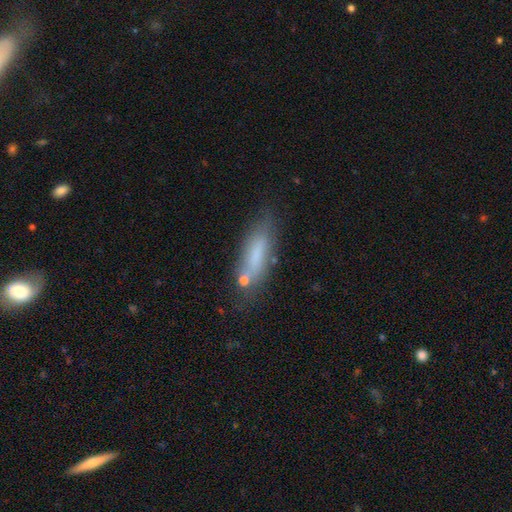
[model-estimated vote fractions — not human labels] Smooth or featured: smooth — 67% (featured or disk — 24%)
How rounded: cigar-shaped — 63% (in between — 35%)
Merging: none — 69% (minor disturbance — 19%)